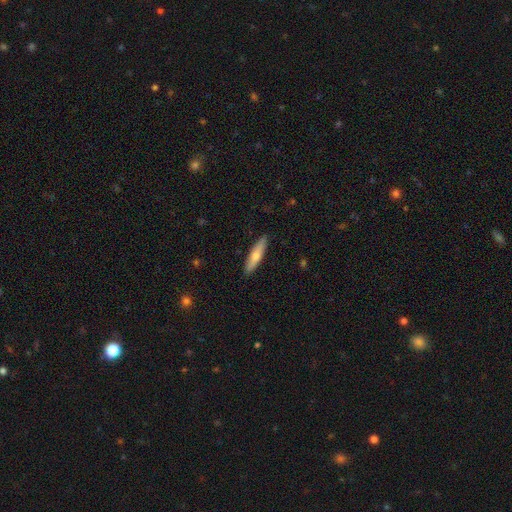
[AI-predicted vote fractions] Smooth or featured? smooth (62%)
How rounded? cigar-shaped (82%)
Merging? none (90%)